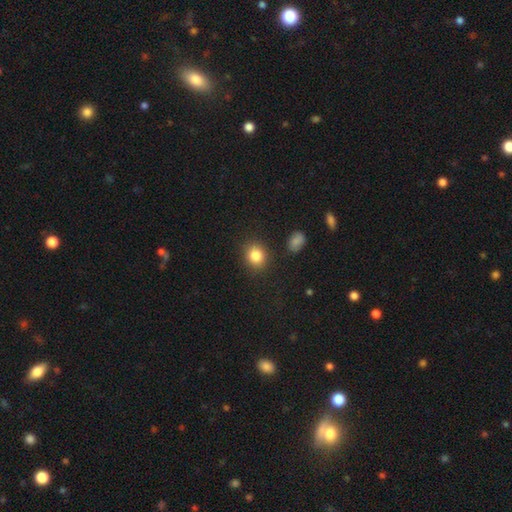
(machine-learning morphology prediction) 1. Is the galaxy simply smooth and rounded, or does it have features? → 85% smooth, 10% star or artifact, 5% featured or disk.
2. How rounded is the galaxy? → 70% round, 29% in between, 1% cigar-shaped.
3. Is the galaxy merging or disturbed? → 86% none, 9% minor disturbance, 3% major disturbance, 3% merger.